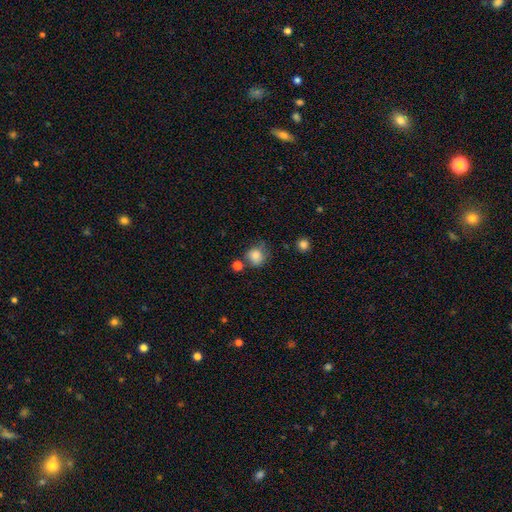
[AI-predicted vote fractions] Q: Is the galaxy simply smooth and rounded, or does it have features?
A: smooth — 81%.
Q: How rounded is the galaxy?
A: round — 83%.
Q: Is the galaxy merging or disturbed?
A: none — 59%.